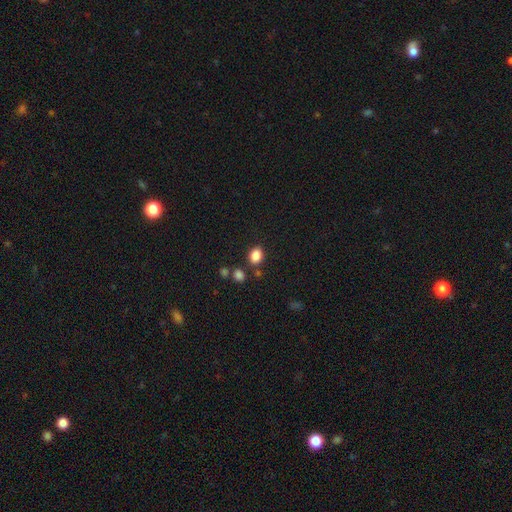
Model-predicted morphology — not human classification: Smooth or featured?
  - smooth: 86% *
  - star or artifact: 10%
  - featured or disk: 4%
How rounded?
  - in between: 56% *
  - round: 43%
  - cigar-shaped: 1%
Merging?
  - none: 78% *
  - minor disturbance: 11%
  - merger: 8%
  - major disturbance: 3%